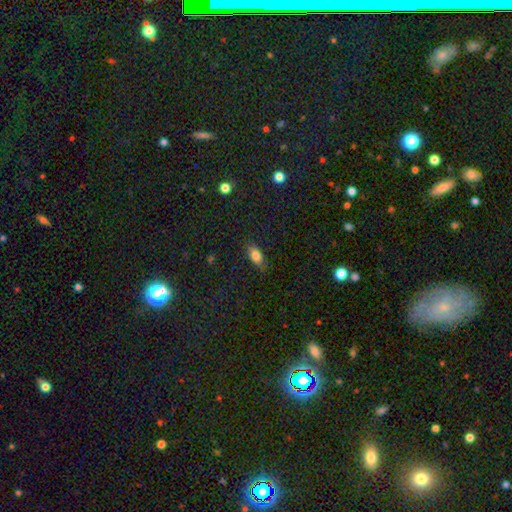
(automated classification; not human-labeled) Morphology: type=smooth (80%); roundness=in between (82%); merging=none (83%).